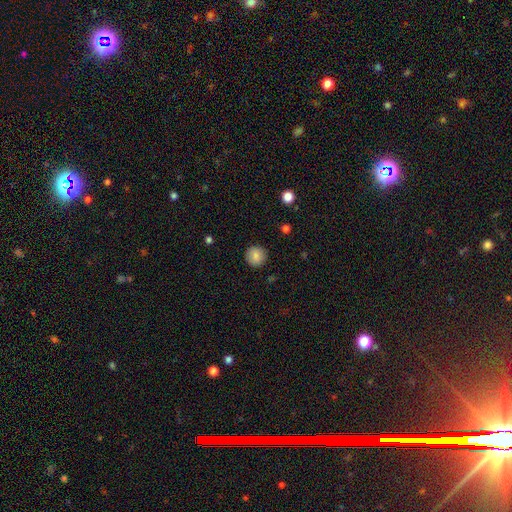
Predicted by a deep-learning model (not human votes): Smooth or featured? Predicted: smooth (p=0.86). How rounded? Predicted: round (p=0.95). Merging? Predicted: none (p=0.92).